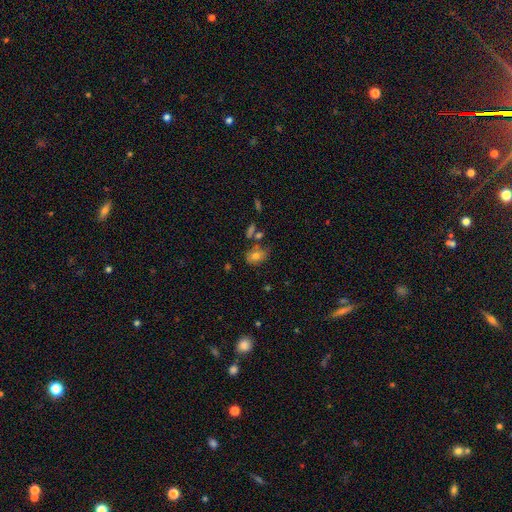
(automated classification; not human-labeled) smooth_or_featured: smooth (p=0.75) [alt: featured or disk p=0.14]
how_rounded: in between (p=0.71) [alt: round p=0.28]
merging: none (p=0.63) [alt: minor disturbance p=0.19]